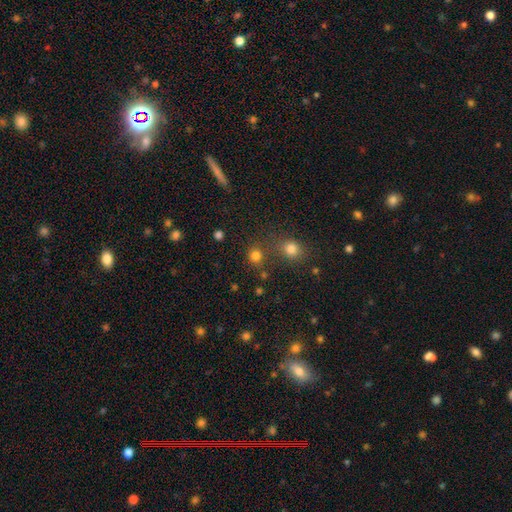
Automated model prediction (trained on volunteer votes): Smooth or featured: smooth — 79% (star or artifact — 16%)
How rounded: round — 87% (in between — 12%)
Merging: none — 70% (merger — 19%)